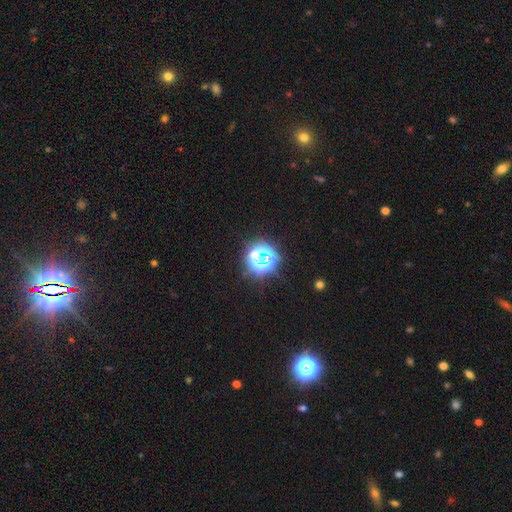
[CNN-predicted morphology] The model was most divided on "smooth or featured": star or artifact: 72%, smooth: 19%, featured or disk: 9%.